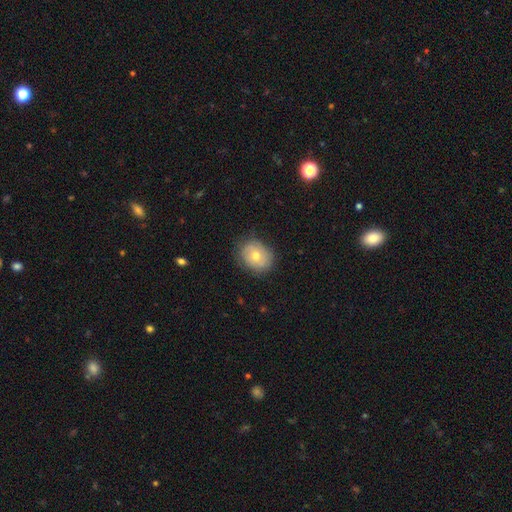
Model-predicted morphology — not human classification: A smooth galaxy with no disk features (61%) that is round (58%).

Vote fractions:
- Smooth or featured? smooth: 61% / featured or disk: 31% / star or artifact: 8%
- How rounded? round: 58% / in between: 41% / cigar-shaped: 1%
- Merging? none: 79% / minor disturbance: 16% / major disturbance: 4% / merger: 1%